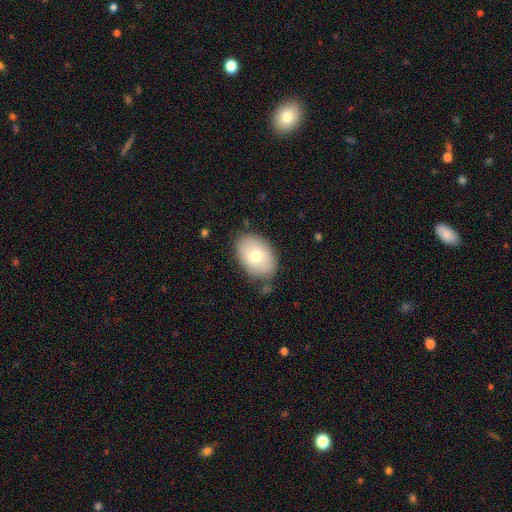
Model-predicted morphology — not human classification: This appears to be a smooth galaxy with no disk features (73%) that is in between round and cigar-shaped (85%). Merging: none (82%).